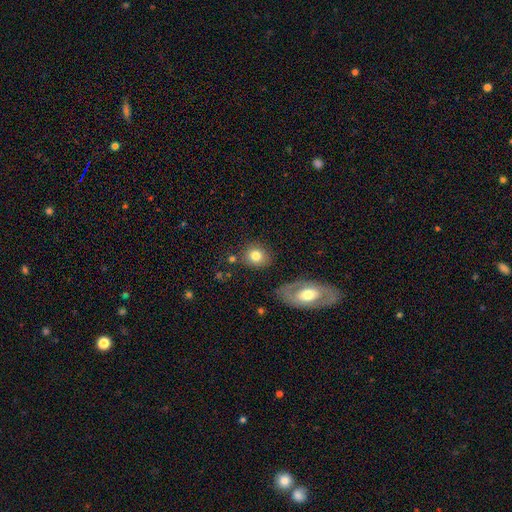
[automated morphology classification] Smooth or featured: smooth — 79% (featured or disk — 12%)
How rounded: round — 66% (in between — 32%)
Merging: none — 75% (minor disturbance — 13%)